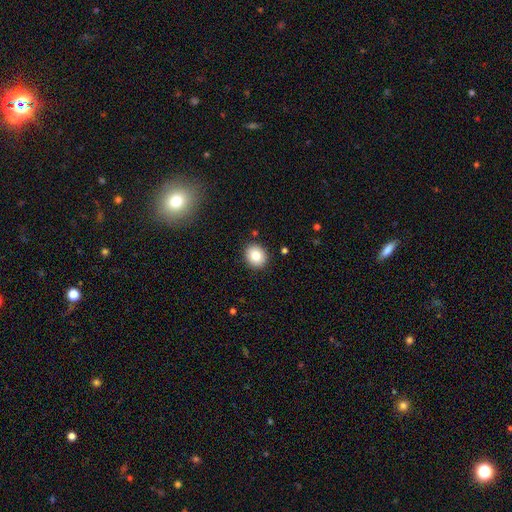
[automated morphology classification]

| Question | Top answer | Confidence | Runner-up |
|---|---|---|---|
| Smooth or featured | smooth | 82% | star or artifact (10%) |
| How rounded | round | 73% | in between (26%) |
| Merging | none | 90% | minor disturbance (7%) |